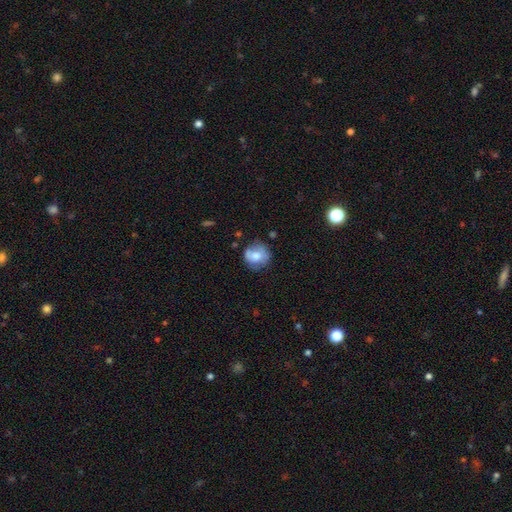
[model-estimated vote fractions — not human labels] A smooth galaxy with no disk features (67%) that is round (83%). Merging: none (63%).